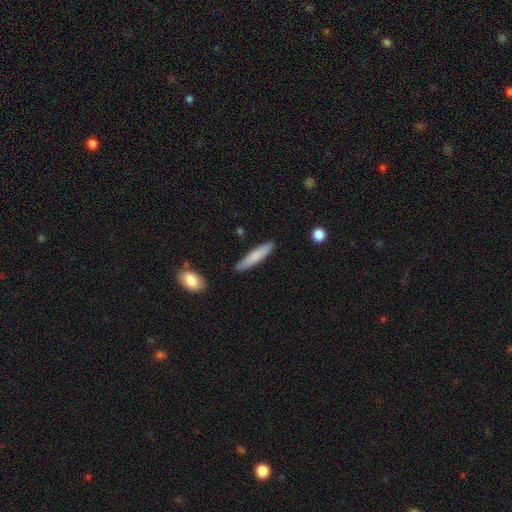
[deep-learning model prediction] Overall: smooth (78%). How rounded: cigar-shaped (88%). Merging: none (86%).